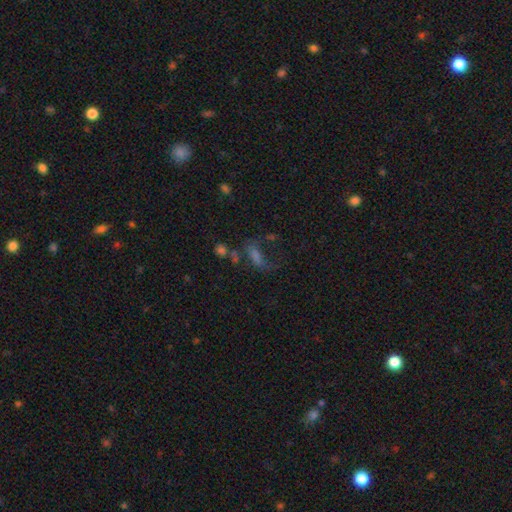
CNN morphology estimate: smooth_or_featured: smooth (p=0.38) [alt: featured or disk p=0.32]
merging: none (p=0.36) [alt: major disturbance p=0.34]